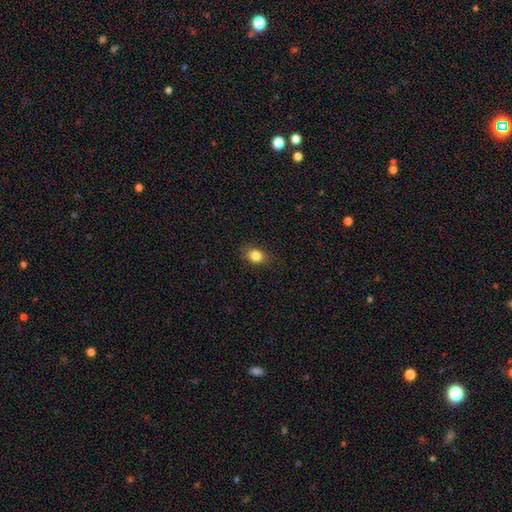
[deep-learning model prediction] smooth_or_featured: smooth (p=0.83) [alt: star or artifact p=0.10]
how_rounded: round (p=0.50) [alt: in between p=0.49]
merging: none (p=0.83) [alt: minor disturbance p=0.13]